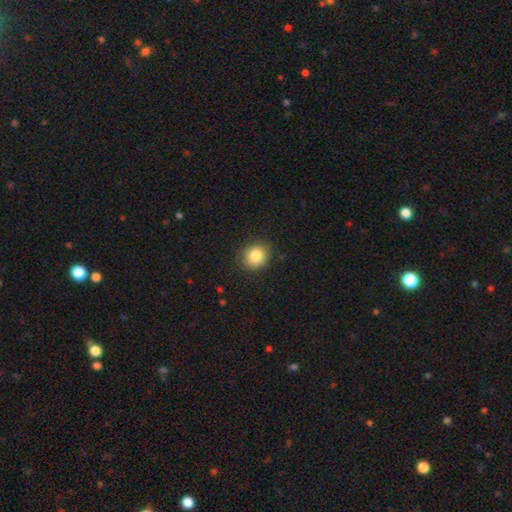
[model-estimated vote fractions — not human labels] smooth-or-featured: smooth: 84% | star or artifact: 10% | featured or disk: 6%
  how-rounded: round: 75% | in between: 24% | cigar-shaped: 1%
  merging: none: 86% | minor disturbance: 10% | major disturbance: 3% | merger: 1%